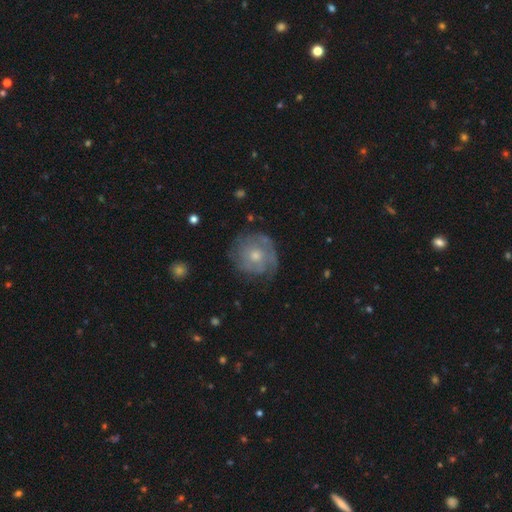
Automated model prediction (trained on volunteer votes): A featured or disk galaxy (60%) with no bar (84%), spiral arms (74%) and a moderate central bulge (58%).

Vote fractions:
- Smooth or featured? featured or disk: 60% / smooth: 33% / star or artifact: 7%
- Edge-on disk? no: 97% / yes: 3%
- Bar? no: 84% / weak: 14% / strong: 2%
- Spiral arms? yes: 74% / no: 26%
- Bulge size? moderate: 58% / small: 35% / large: 4% / none: 2% / dominant: 1%
- Merging? none: 70% / minor disturbance: 20% / major disturbance: 9% / merger: 2%